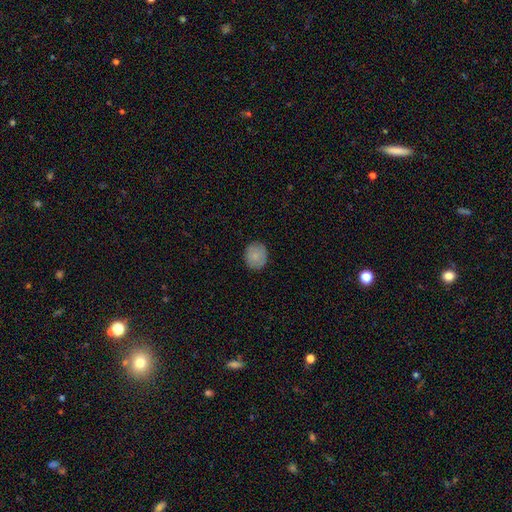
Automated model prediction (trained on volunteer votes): Smooth or featured? Predicted: smooth (p=0.84). How rounded? Predicted: round (p=0.76). Merging? Predicted: none (p=0.87).